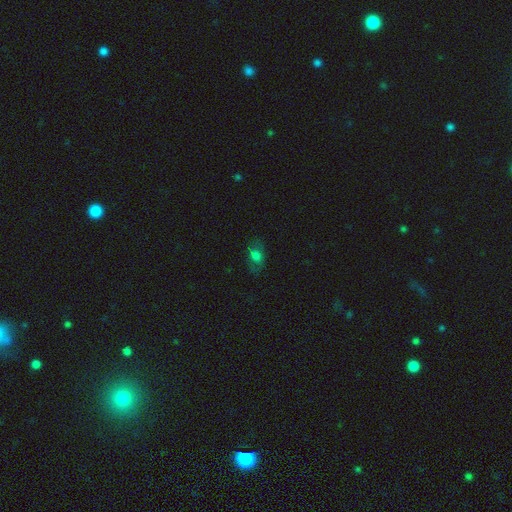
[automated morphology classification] This is possibly a smooth galaxy (56%). How rounded: likely in between (79%). Merging: likely none (63%).